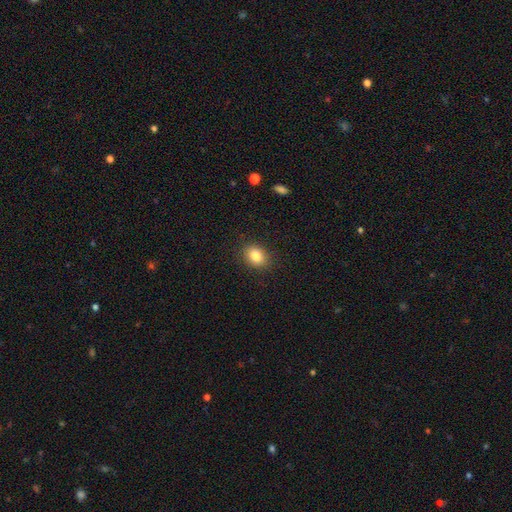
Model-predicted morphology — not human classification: smooth_or_featured: smooth (p=0.84) [alt: star or artifact p=0.10]
how_rounded: in between (p=0.61) [alt: round p=0.38]
merging: none (p=0.88) [alt: minor disturbance p=0.09]